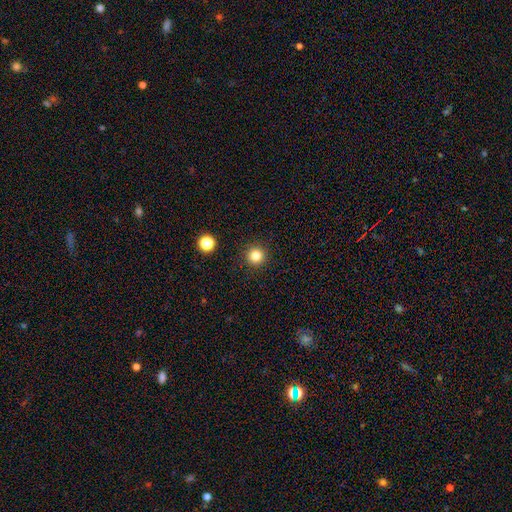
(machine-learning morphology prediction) This is clearly a smooth galaxy (82%). How rounded: clearly round (96%). Merging: clearly none (92%).